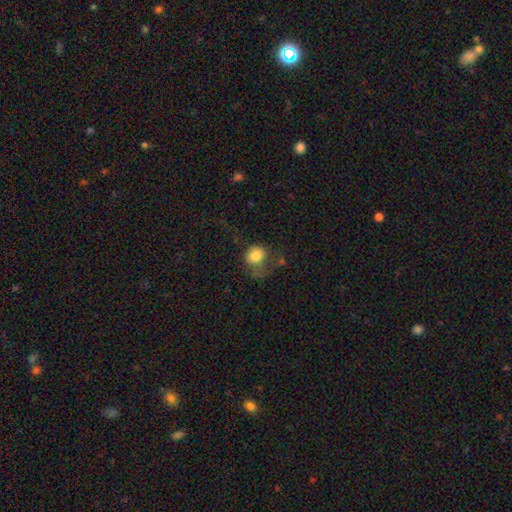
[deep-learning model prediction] smooth-or-featured: smooth: 79% | featured or disk: 12% | star or artifact: 9%
  how-rounded: round: 69% | in between: 30% | cigar-shaped: 1%
  merging: major disturbance: 38% | none: 34% | minor disturbance: 24% | merger: 5%